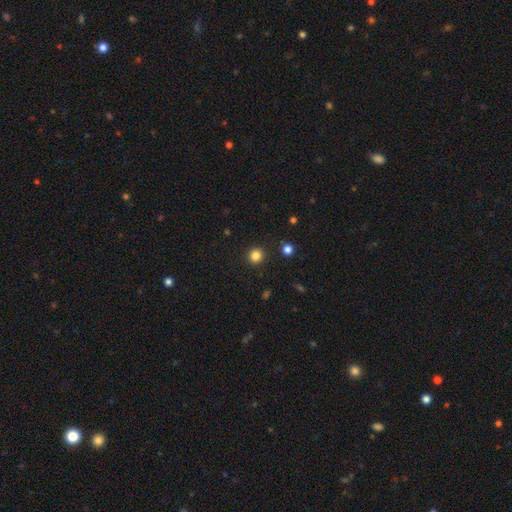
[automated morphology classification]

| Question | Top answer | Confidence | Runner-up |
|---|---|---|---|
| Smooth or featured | smooth | 84% | star or artifact (12%) |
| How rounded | round | 92% | in between (7%) |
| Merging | none | 92% | minor disturbance (5%) |